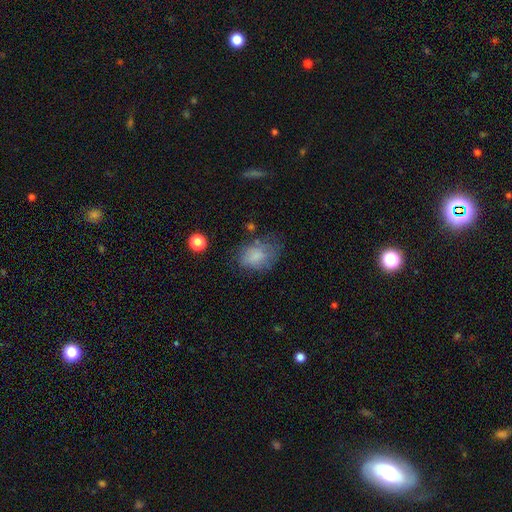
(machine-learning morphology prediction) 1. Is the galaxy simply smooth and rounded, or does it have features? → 75% smooth, 14% featured or disk, 11% star or artifact.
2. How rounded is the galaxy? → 77% in between, 22% round, 1% cigar-shaped.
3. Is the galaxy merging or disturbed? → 53% none, 28% minor disturbance, 16% major disturbance, 4% merger.